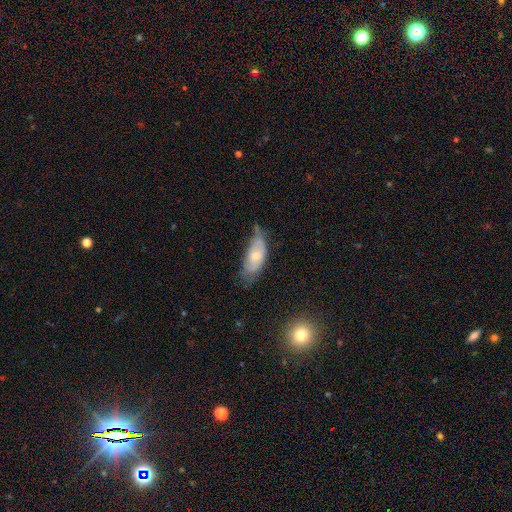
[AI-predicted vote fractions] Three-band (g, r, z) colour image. It shows a smooth galaxy with no disk features (47%). Merging: none (42%).